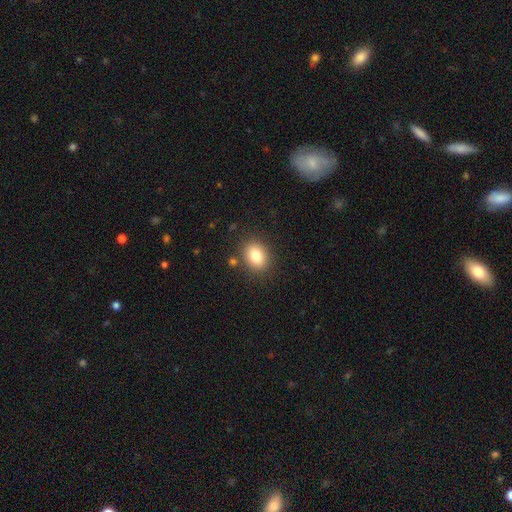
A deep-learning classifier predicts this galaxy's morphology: This appears to be a smooth galaxy with no disk features (81%) that is in between round and cigar-shaped (63%). Merging: none (84%).